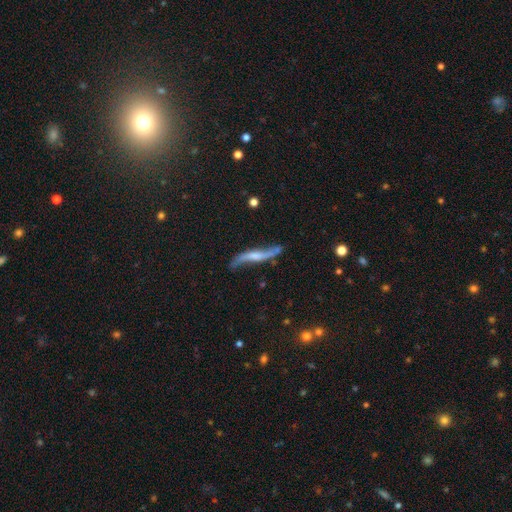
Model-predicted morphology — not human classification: Smooth or featured?
  - featured or disk: 78% *
  - smooth: 16%
  - star or artifact: 6%
Edge-on disk?
  - no: 60% *
  - yes: 40%
Merging?
  - none: 63% *
  - minor disturbance: 23%
  - major disturbance: 10%
  - merger: 5%